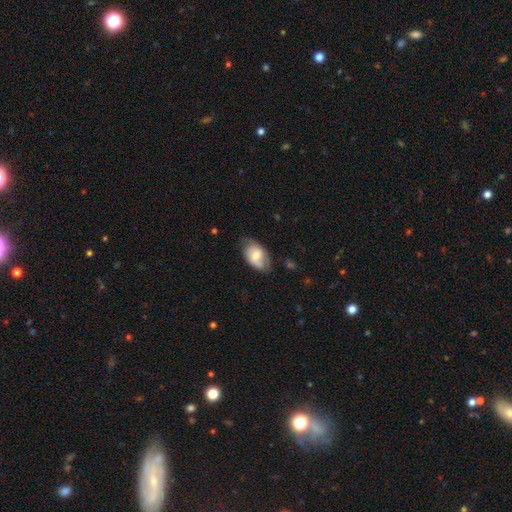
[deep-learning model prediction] A smooth galaxy with no disk features (58%) that is in between round and cigar-shaped (91%).

Vote fractions:
- Smooth or featured? smooth: 58% / featured or disk: 36% / star or artifact: 7%
- How rounded? in between: 91% / round: 7% / cigar-shaped: 2%
- Merging? none: 63% / minor disturbance: 28% / major disturbance: 8% / merger: 2%